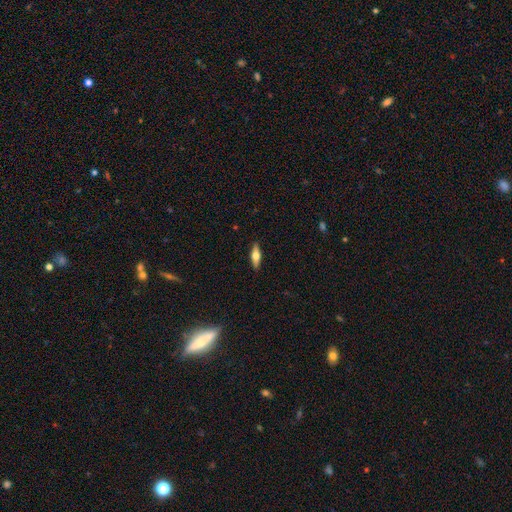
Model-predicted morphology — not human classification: type=smooth (48%); merging=none (90%).